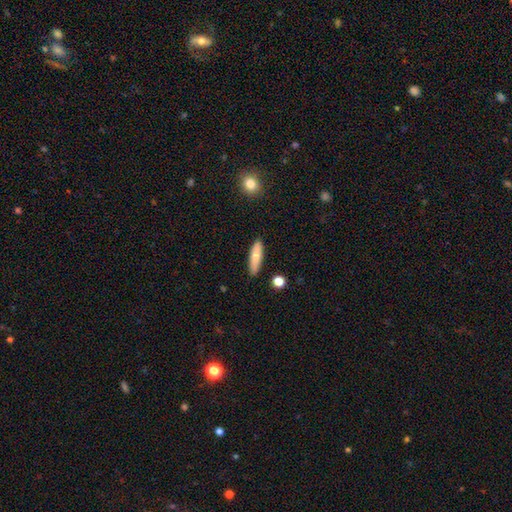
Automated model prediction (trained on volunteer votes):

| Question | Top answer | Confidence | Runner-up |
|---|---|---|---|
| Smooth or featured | smooth | 76% | featured or disk (18%) |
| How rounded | cigar-shaped | 65% | in between (33%) |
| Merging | none | 87% | minor disturbance (9%) |